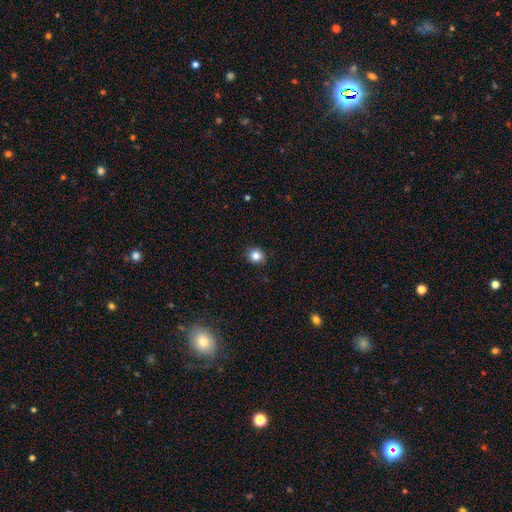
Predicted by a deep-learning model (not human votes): Overall: smooth (84%). How rounded: round (86%). Merging: none (88%).